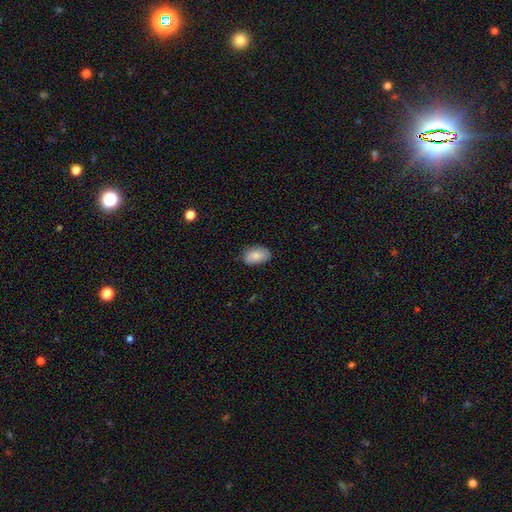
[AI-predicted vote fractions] Morphology: type=smooth (83%); roundness=in between (91%); merging=none (78%).